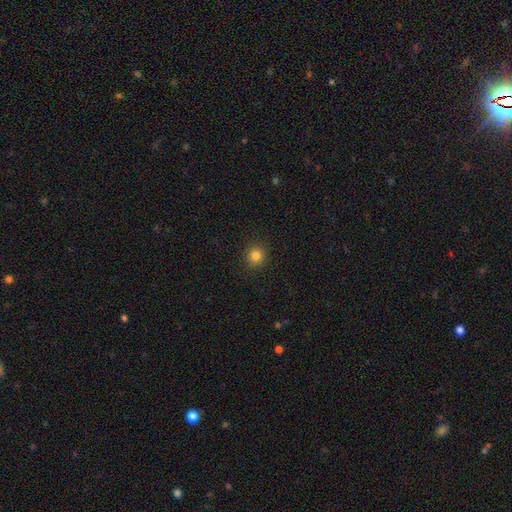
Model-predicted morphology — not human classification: Smooth or featured?
  - smooth: 82% *
  - star or artifact: 12%
  - featured or disk: 5%
How rounded?
  - round: 88% *
  - in between: 11%
  - cigar-shaped: 1%
Merging?
  - none: 90% *
  - minor disturbance: 7%
  - major disturbance: 2%
  - merger: 1%